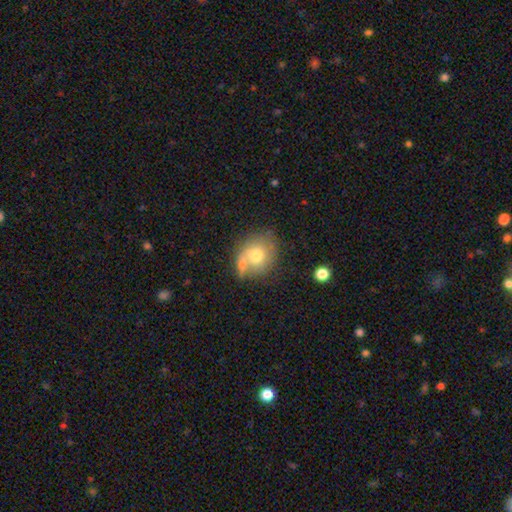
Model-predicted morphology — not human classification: smooth_or_featured: smooth (p=0.61) [alt: featured or disk p=0.30]
how_rounded: round (p=0.66) [alt: in between p=0.33]
merging: none (p=0.42) [alt: merger p=0.32]